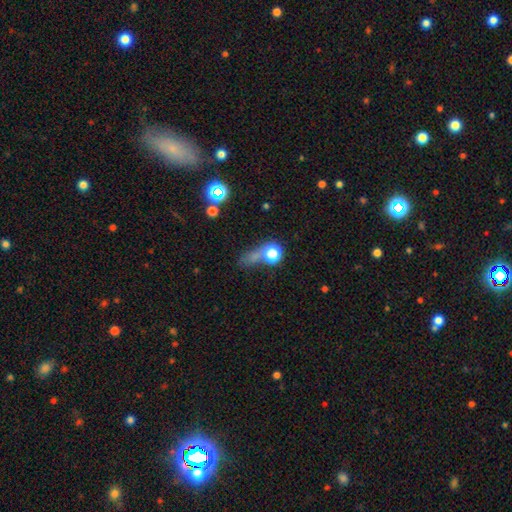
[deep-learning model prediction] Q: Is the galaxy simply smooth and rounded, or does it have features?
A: smooth — 57%.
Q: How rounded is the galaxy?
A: round — 60%.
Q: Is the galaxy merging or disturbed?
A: none — 48%.